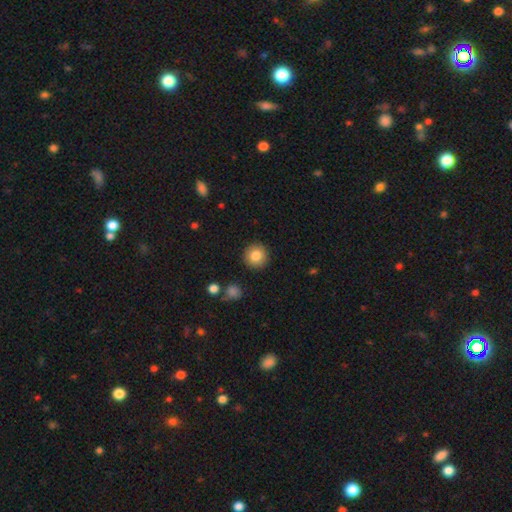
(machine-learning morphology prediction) smooth-or-featured: smooth: 83% | star or artifact: 9% | featured or disk: 8%
  how-rounded: round: 94% | in between: 5% | cigar-shaped: 1%
  merging: none: 91% | minor disturbance: 6% | major disturbance: 2% | merger: 1%